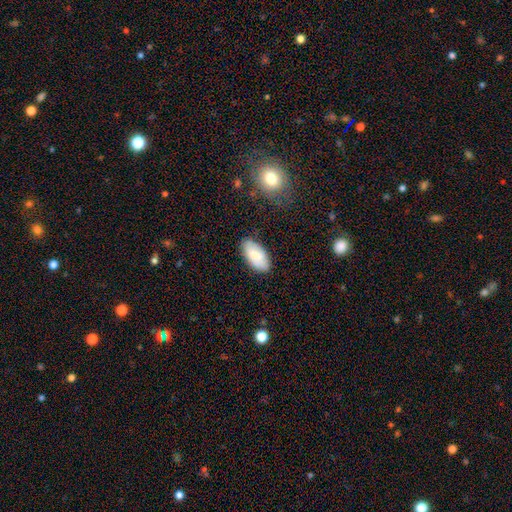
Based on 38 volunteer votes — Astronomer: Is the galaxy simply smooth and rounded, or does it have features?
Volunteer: smooth — 87%.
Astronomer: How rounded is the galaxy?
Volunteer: in between — 91%.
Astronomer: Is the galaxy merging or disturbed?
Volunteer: none — 92%.